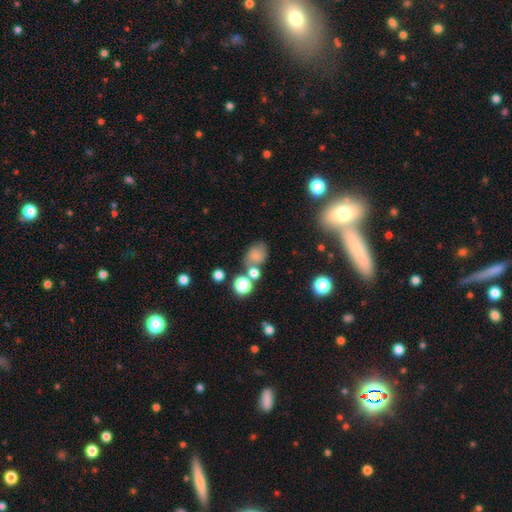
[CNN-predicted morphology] This appears to be a smooth galaxy with no disk features (70%) that is in between round and cigar-shaped (54%). Merging: none (53%).